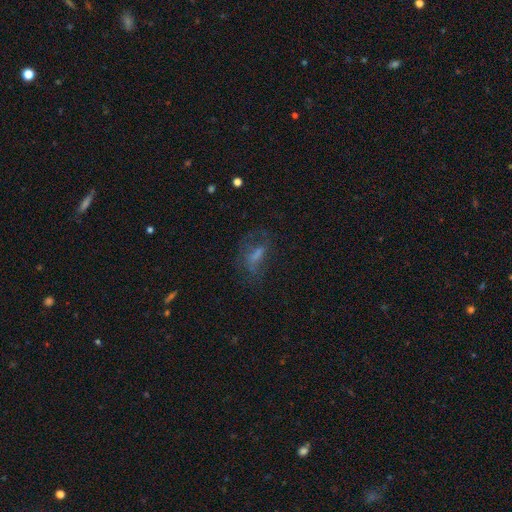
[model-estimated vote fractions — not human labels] This is possibly a smooth galaxy (46%). Merging: marginally none (45%).